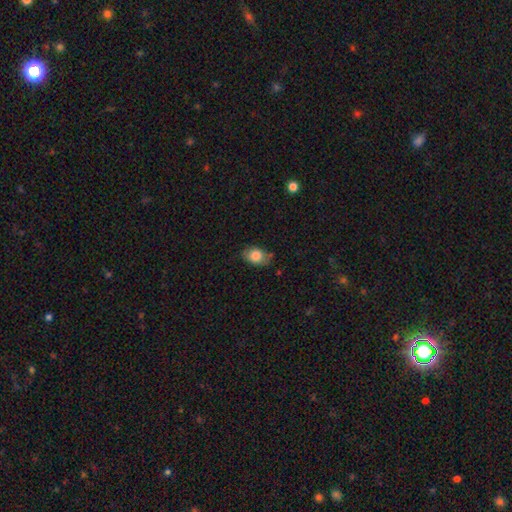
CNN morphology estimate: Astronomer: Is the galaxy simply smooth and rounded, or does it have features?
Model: smooth — 82%.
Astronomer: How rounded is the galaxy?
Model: in between — 77%.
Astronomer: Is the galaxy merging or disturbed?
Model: none — 70%.